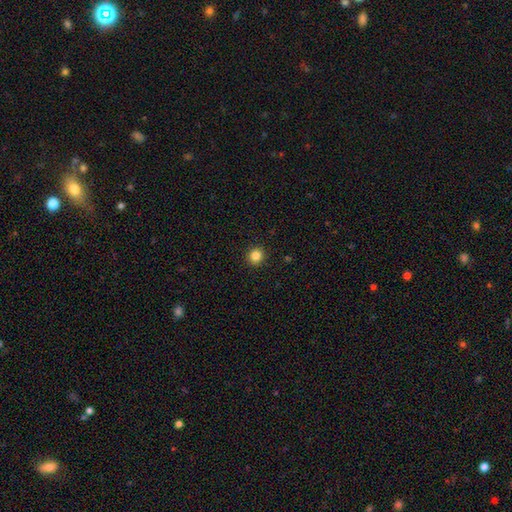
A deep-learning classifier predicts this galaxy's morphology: smooth 84%, star or artifact 12%, featured or disk 4%. Down the decision tree: how rounded — round (92%); merging — none (93%).